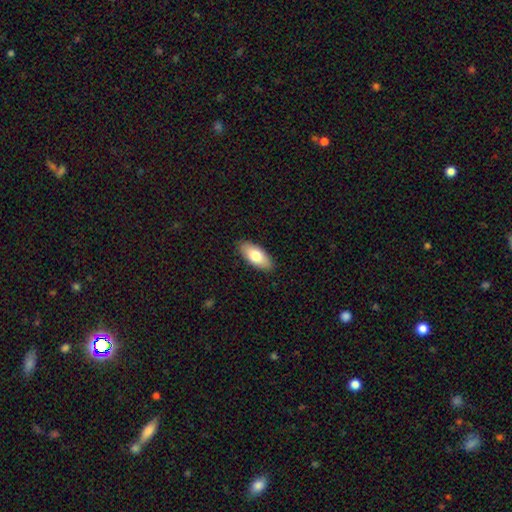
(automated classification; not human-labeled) Morphology: type=smooth (77%); roundness=in between (88%); merging=none (89%).